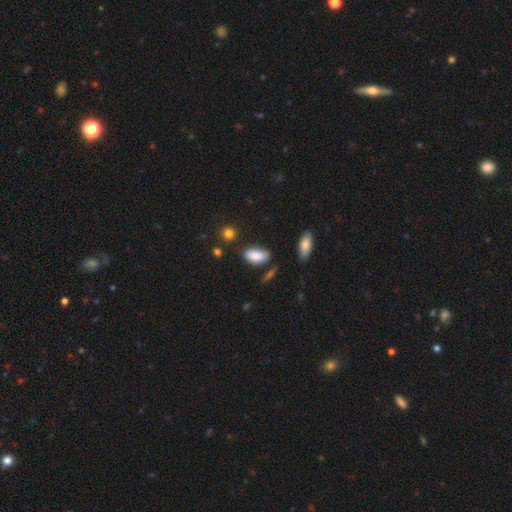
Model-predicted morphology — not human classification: Smooth or featured? Predicted: smooth (p=0.86). How rounded? Predicted: in between (p=0.92). Merging? Predicted: none (p=0.73).